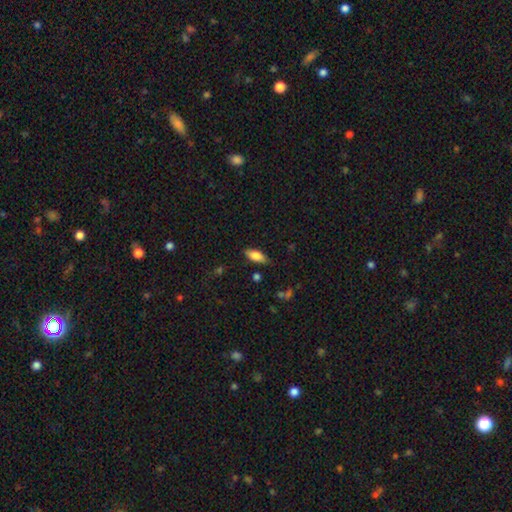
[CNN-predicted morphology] Q: Smooth or featured?
A: smooth (79%); runner-up: featured or disk (13%)
Q: How rounded?
A: in between (80%); runner-up: cigar-shaped (18%)
Q: Merging?
A: none (81%); runner-up: minor disturbance (14%)